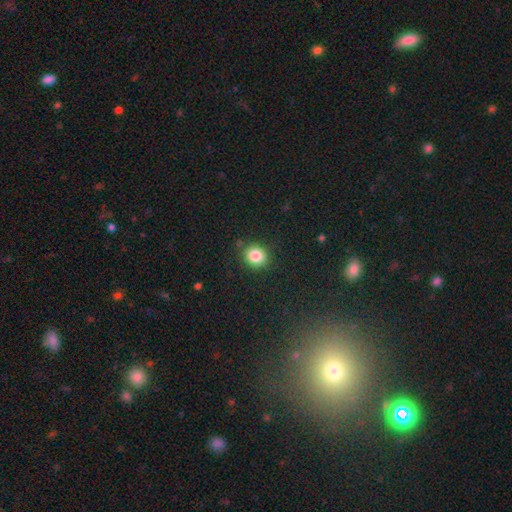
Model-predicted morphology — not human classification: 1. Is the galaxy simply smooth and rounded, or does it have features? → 84% smooth, 11% star or artifact, 5% featured or disk.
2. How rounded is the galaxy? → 81% round, 18% in between, 1% cigar-shaped.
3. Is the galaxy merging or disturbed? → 85% none, 10% minor disturbance, 3% major disturbance, 2% merger.